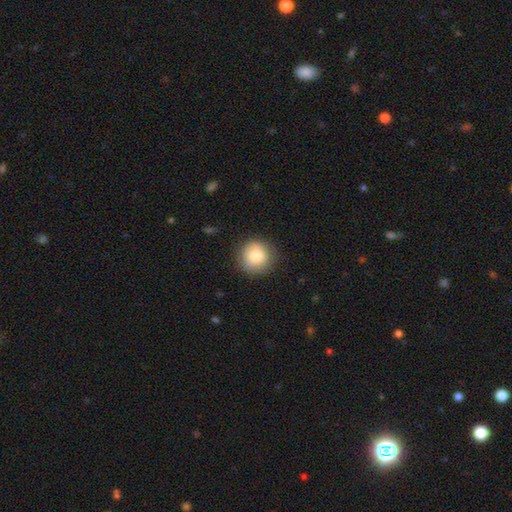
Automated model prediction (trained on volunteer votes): This appears to be a smooth galaxy with no disk features (84%) that is round (91%). Merging: none (84%).